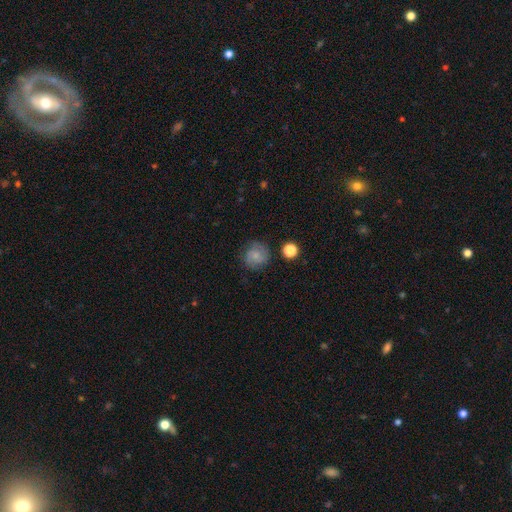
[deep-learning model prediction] The model was most divided on "smooth or featured": smooth: 63%, featured or disk: 27%, star or artifact: 10%. More confident: how rounded — round (89%); merging — none (79%).